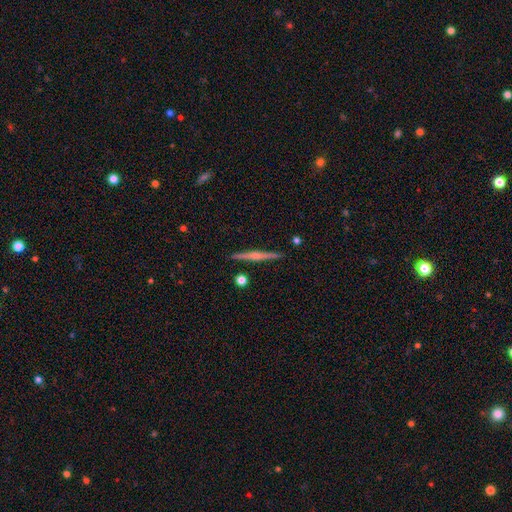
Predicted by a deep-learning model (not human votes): Smooth or featured: featured or disk — 72% (smooth — 23%)
Edge-on disk: yes — 98% (no — 2%)
Edge-on bulge: rounded — 70% (none — 17%)
Merging: none — 92% (minor disturbance — 5%)